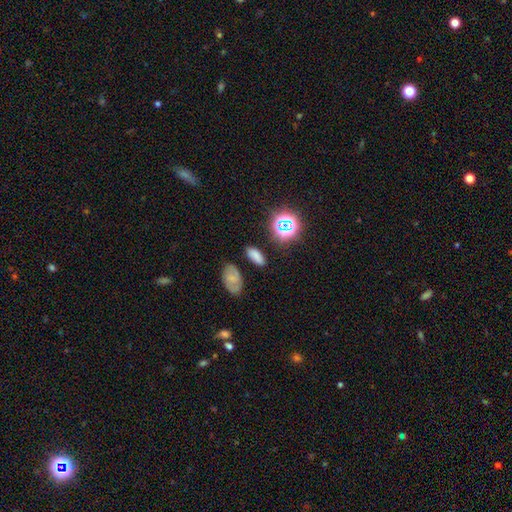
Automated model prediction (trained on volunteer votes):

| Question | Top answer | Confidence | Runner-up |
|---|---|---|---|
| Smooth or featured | smooth | 69% | star or artifact (20%) |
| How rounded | in between | 84% | cigar-shaped (8%) |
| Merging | none | 78% | minor disturbance (13%) |